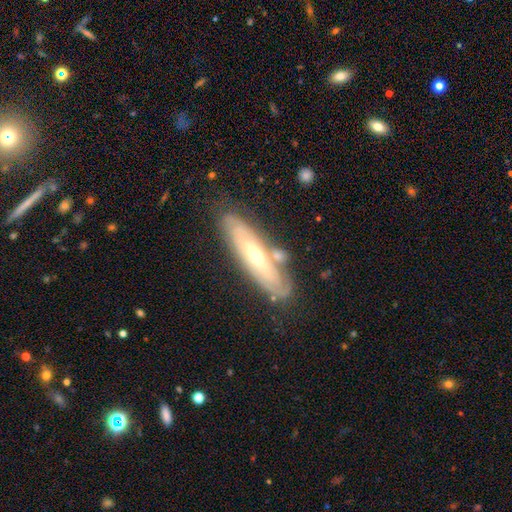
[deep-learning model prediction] Smooth or featured? featured or disk (69%)
Edge-on disk? no (60%)
Merging? none (74%)